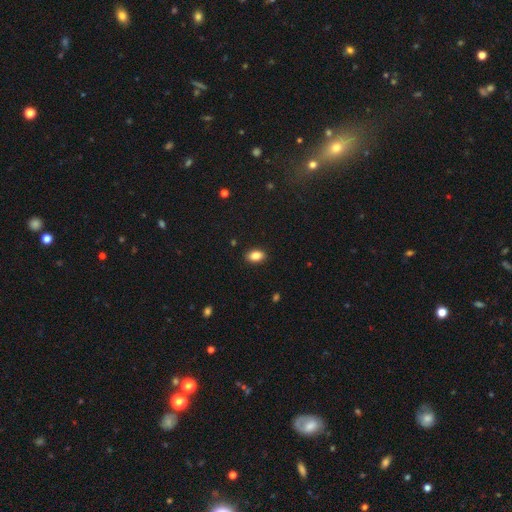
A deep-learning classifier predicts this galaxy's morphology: The model was most divided on "how rounded": in between: 86%, round: 12%, cigar-shaped: 2%. More confident: merging — none (89%); smooth or featured — smooth (86%).